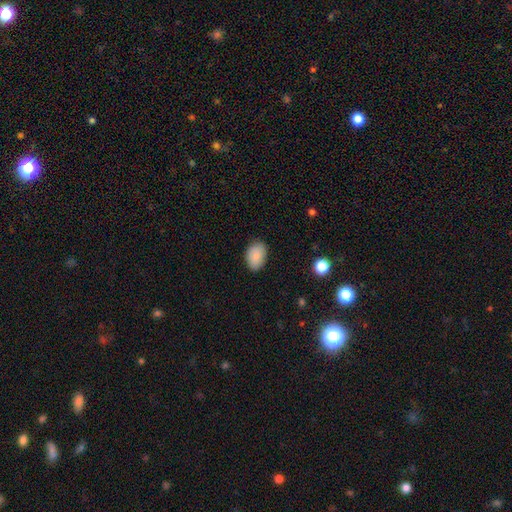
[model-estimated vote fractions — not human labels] Overall: smooth (87%). How rounded: in between (85%). Merging: none (83%).